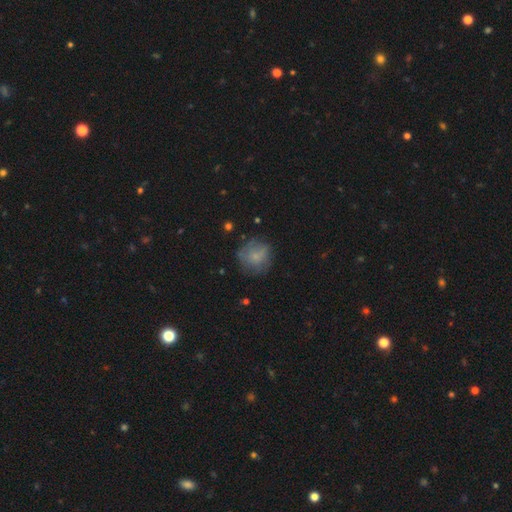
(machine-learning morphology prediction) type=smooth (67%); roundness=round (87%); merging=none (67%).